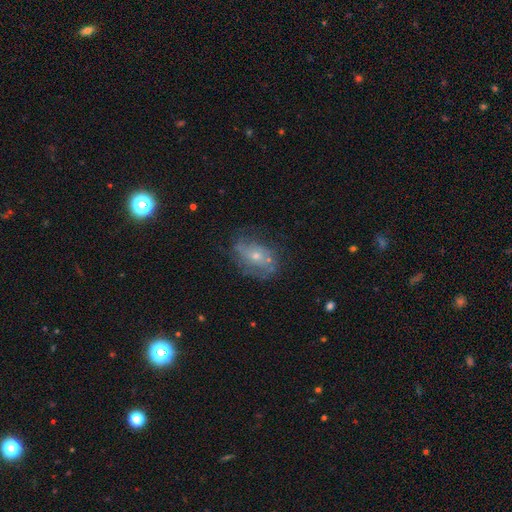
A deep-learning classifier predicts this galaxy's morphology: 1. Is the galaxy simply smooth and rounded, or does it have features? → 60% featured or disk, 29% smooth, 11% star or artifact.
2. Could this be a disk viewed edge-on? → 94% no, 6% yes.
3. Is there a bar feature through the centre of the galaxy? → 76% no, 19% weak, 5% strong.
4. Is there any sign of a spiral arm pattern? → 61% yes, 39% no.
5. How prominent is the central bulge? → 60% small, 35% moderate, 2% none, 2% large, 1% dominant.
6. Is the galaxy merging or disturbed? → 59% none, 24% minor disturbance, 14% major disturbance, 3% merger.